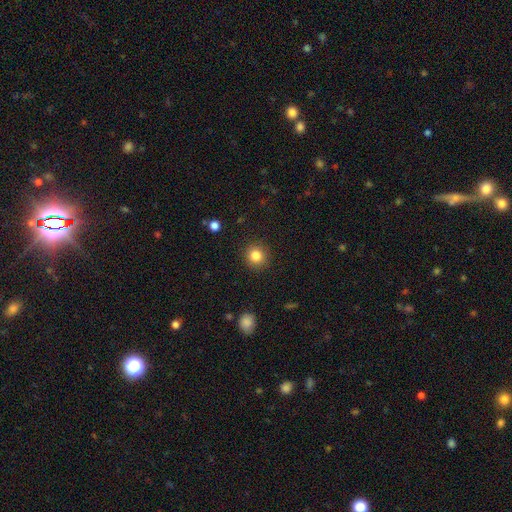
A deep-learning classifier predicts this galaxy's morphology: This appears to be a smooth galaxy with no disk features (85%) that is round (91%). Merging: none (90%).